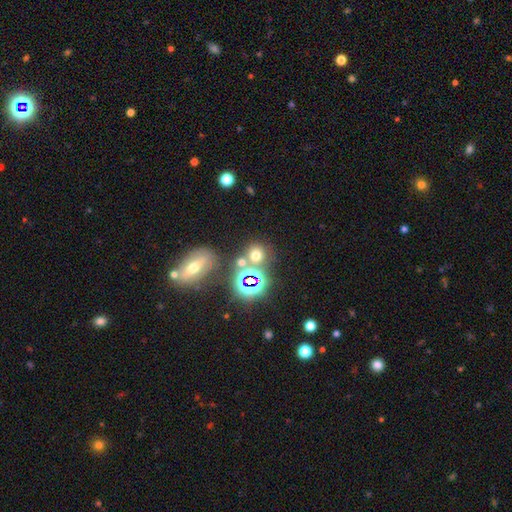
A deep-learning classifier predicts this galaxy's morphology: Smooth or featured?
  - smooth: 57% *
  - star or artifact: 33%
  - featured or disk: 10%
How rounded?
  - round: 80% *
  - in between: 18%
  - cigar-shaped: 1%
Merging?
  - none: 63% *
  - merger: 23%
  - minor disturbance: 9%
  - major disturbance: 5%